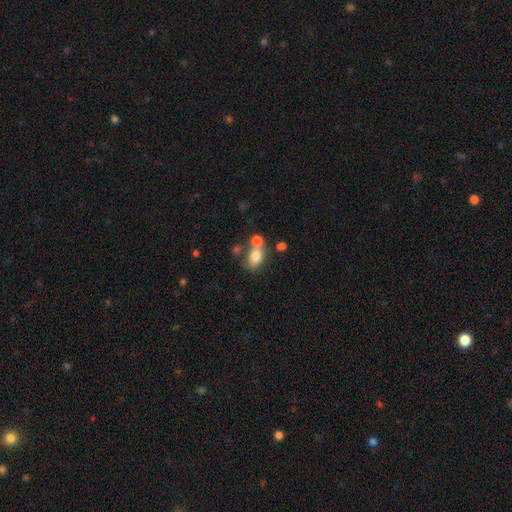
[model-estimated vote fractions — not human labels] This appears to be a smooth galaxy with no disk features (77%) that is in between round and cigar-shaped (74%). Merging: none (44%).